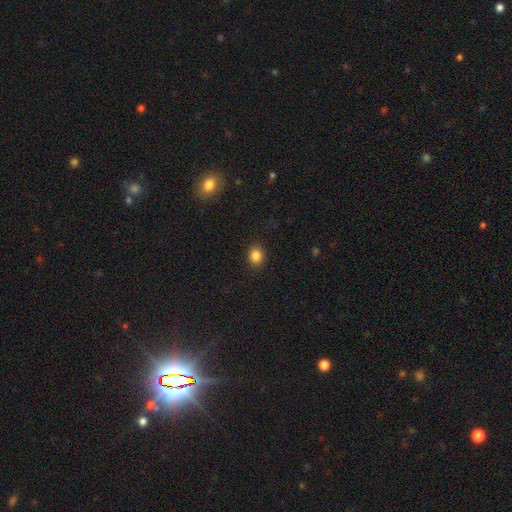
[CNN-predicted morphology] Smooth or featured?
  - smooth: 85% *
  - star or artifact: 11%
  - featured or disk: 4%
How rounded?
  - round: 70% *
  - in between: 29%
  - cigar-shaped: 1%
Merging?
  - none: 89% *
  - minor disturbance: 7%
  - major disturbance: 2%
  - merger: 1%